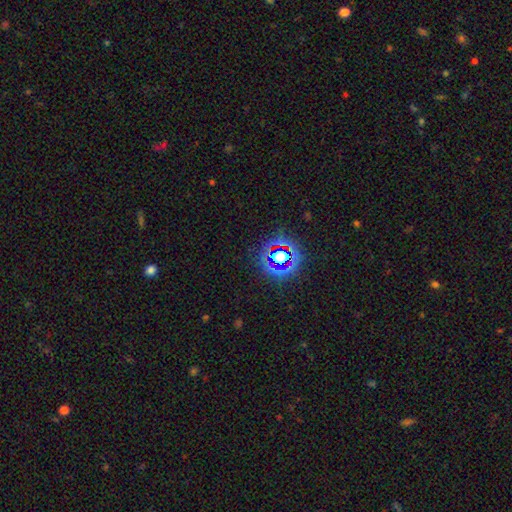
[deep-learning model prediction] Smooth or featured?
  - star or artifact: 77% *
  - smooth: 16%
  - featured or disk: 8%